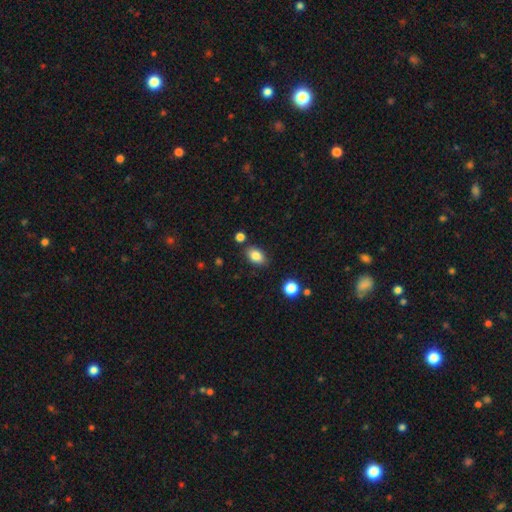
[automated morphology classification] smooth 85%, star or artifact 9%, featured or disk 7%. Down the decision tree: how rounded — in between (85%); merging — none (81%).